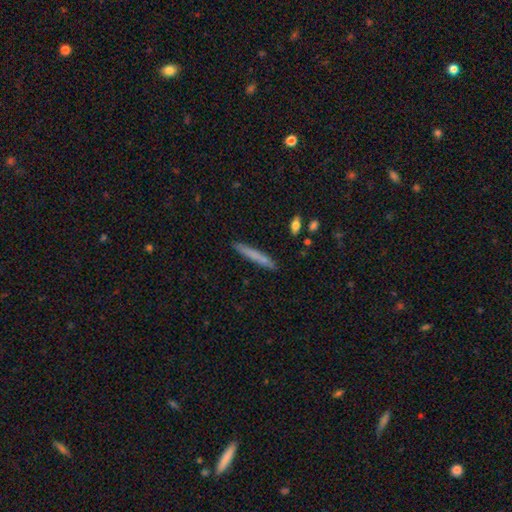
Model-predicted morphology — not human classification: A smooth galaxy with no disk features (72%) that is cigar-shaped (96%).

Vote fractions:
- Smooth or featured? smooth: 72% / featured or disk: 22% / star or artifact: 6%
- How rounded? cigar-shaped: 96% / in between: 3% / round: 1%
- Merging? none: 89% / minor disturbance: 7% / merger: 2% / major disturbance: 2%